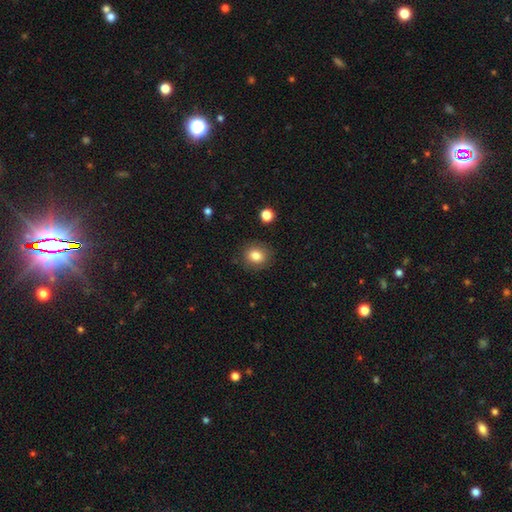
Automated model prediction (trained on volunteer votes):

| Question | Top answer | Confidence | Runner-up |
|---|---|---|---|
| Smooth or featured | smooth | 83% | star or artifact (10%) |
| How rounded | round | 70% | in between (29%) |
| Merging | none | 86% | minor disturbance (10%) |